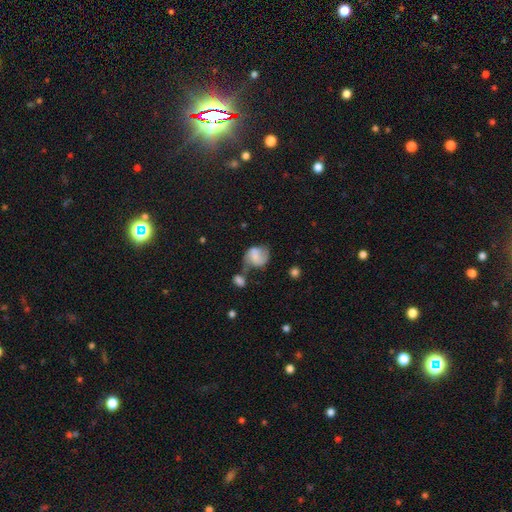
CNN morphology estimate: The model was most divided on "smooth or featured": smooth: 48%, featured or disk: 43%, star or artifact: 9%. Remaining: merging — none (39%).